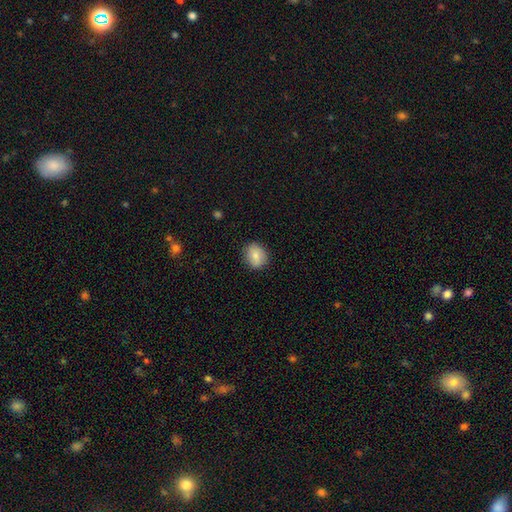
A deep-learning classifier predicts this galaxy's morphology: This appears to be a smooth galaxy with no disk features (82%) that is round (58%). Merging: none (86%).